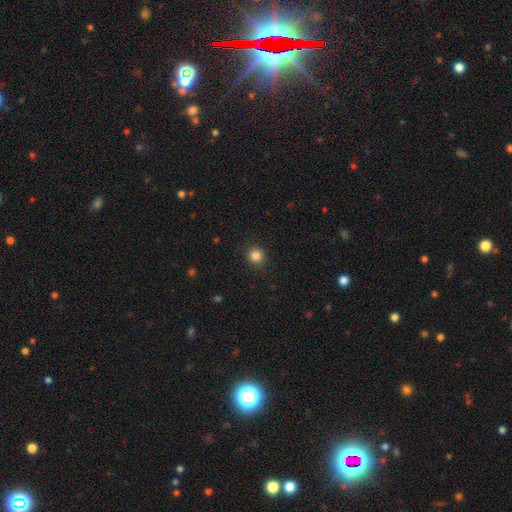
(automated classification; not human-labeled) This is clearly a smooth galaxy (84%). How rounded: clearly round (89%). Merging: clearly none (90%).